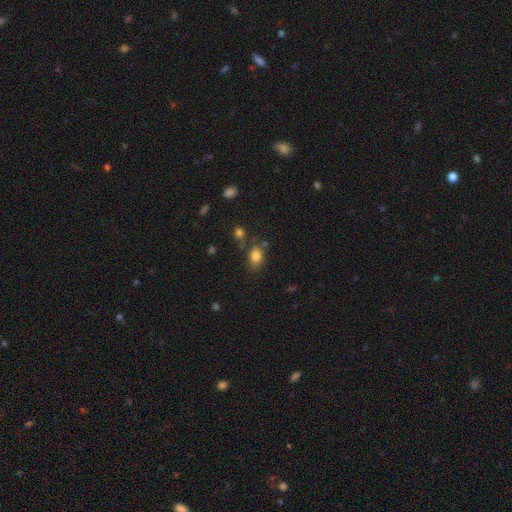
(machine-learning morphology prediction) smooth-or-featured: smooth: 81% | star or artifact: 12% | featured or disk: 7%
  how-rounded: in between: 60% | round: 39% | cigar-shaped: 1%
  merging: none: 65% | minor disturbance: 18% | merger: 10% | major disturbance: 6%